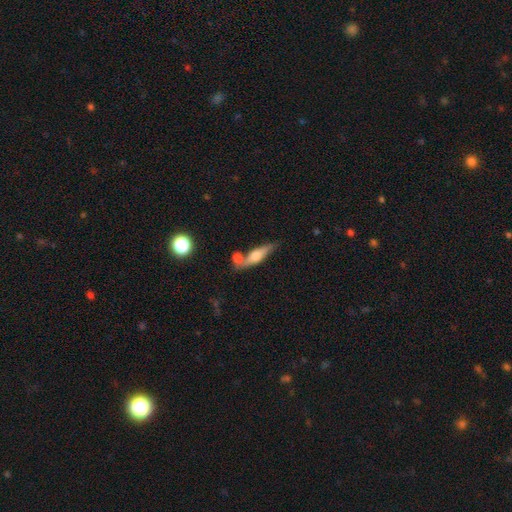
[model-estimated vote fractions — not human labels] This is possibly a featured or disk galaxy (50%). Merging: likely none (62%).